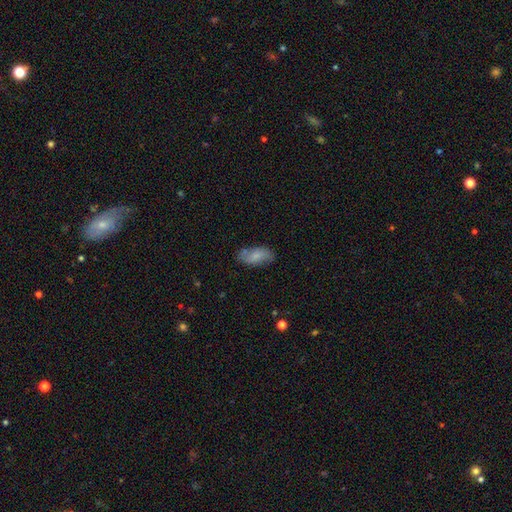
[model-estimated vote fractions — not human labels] The model was most divided on "smooth or featured": smooth: 69%, featured or disk: 24%, star or artifact: 7%. More confident: how rounded — in between (89%); merging — none (68%).